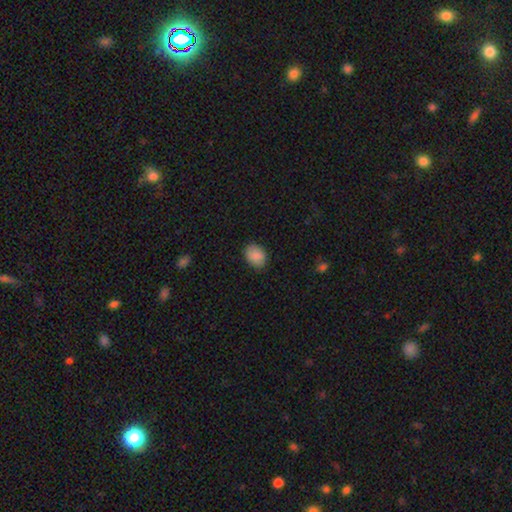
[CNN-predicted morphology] Q: Smooth or featured?
A: smooth (87%); runner-up: star or artifact (7%)
Q: How rounded?
A: in between (63%); runner-up: round (36%)
Q: Merging?
A: none (83%); runner-up: minor disturbance (14%)